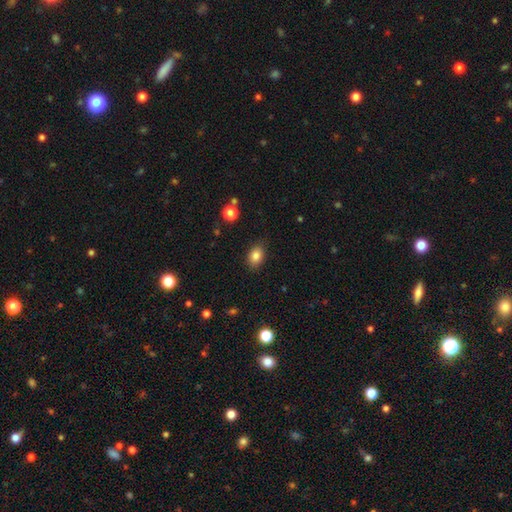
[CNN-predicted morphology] type=smooth (85%); roundness=in between (75%); merging=none (83%).